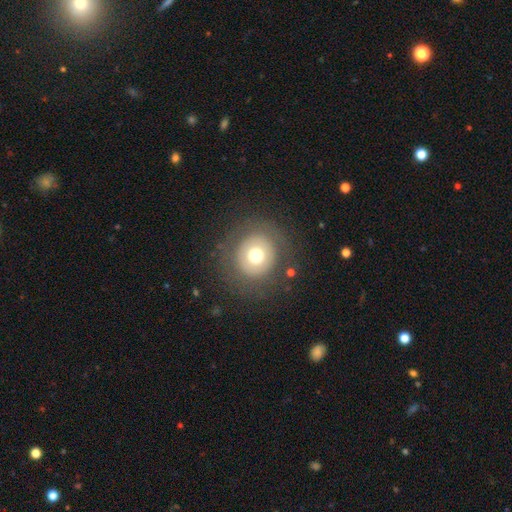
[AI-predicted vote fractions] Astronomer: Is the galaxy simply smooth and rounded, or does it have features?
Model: smooth — 65%.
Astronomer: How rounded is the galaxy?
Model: round — 91%.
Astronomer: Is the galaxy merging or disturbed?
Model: none — 83%.